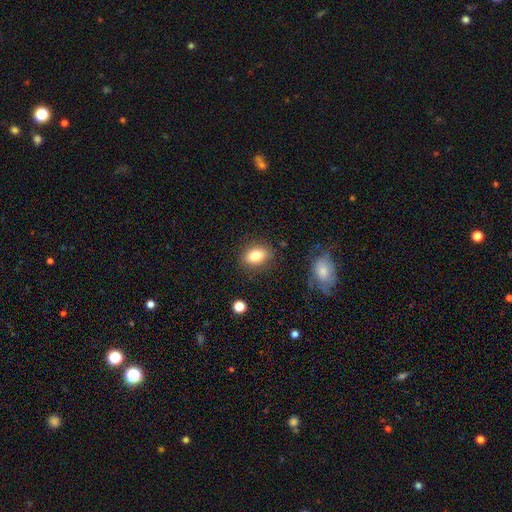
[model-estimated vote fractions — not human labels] Smooth or featured? smooth (82%)
How rounded? in between (79%)
Merging? none (85%)